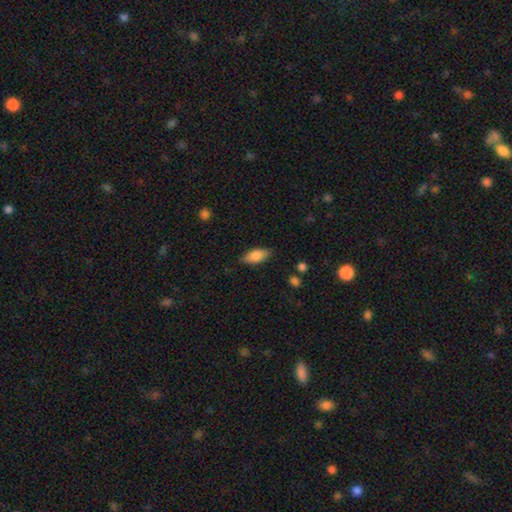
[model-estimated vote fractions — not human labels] This is clearly a smooth galaxy (81%). How rounded: clearly in between (84%). Merging: clearly none (82%).